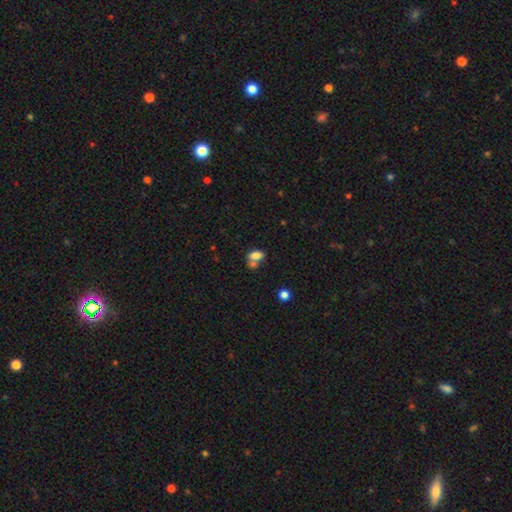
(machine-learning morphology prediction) Smooth or featured: smooth — 76% (featured or disk — 13%)
How rounded: in between — 84% (round — 12%)
Merging: merger — 47% (none — 35%)